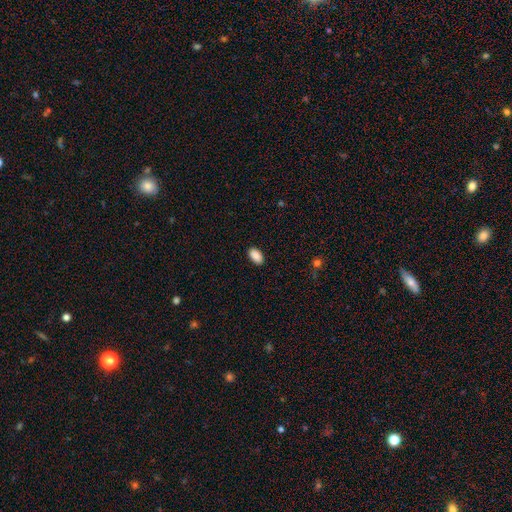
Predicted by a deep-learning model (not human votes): Smooth or featured? Predicted: smooth (p=0.90). How rounded? Predicted: in between (p=0.94). Merging? Predicted: none (p=0.89).